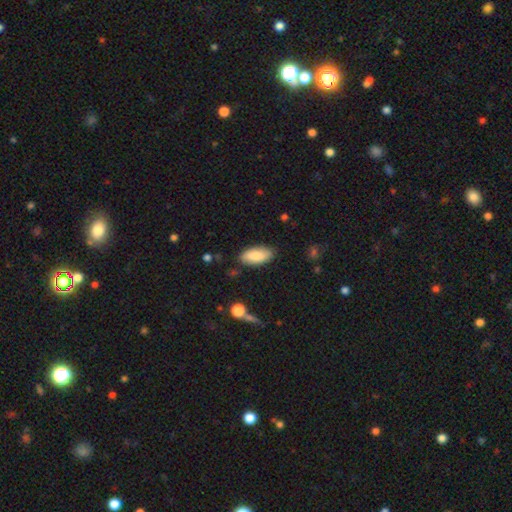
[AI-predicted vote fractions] Overall: smooth (82%). How rounded: in between (90%). Merging: none (83%).